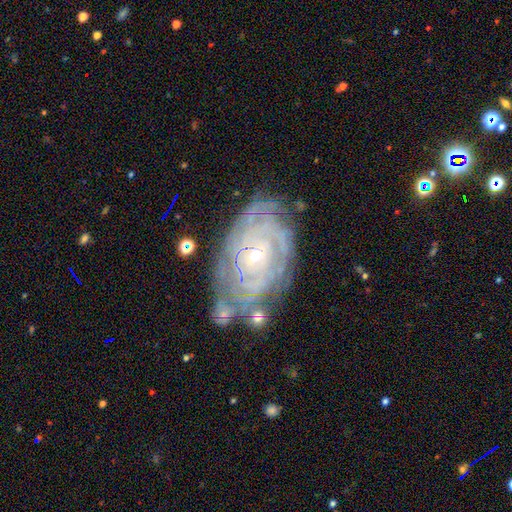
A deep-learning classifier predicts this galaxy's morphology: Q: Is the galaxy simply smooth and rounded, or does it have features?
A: featured or disk — 88%.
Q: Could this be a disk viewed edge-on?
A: no — 96%.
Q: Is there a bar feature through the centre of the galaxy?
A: no — 51%.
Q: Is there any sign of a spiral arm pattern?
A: yes — 95%.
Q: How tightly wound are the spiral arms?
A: tight — 84%.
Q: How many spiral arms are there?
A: can't tell — 39%.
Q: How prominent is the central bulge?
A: small — 78%.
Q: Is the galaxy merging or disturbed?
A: none — 57%.